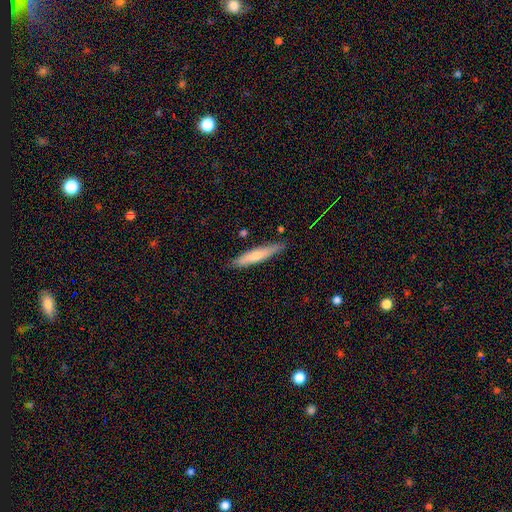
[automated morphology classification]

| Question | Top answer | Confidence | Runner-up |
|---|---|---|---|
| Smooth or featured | smooth | 66% | featured or disk (28%) |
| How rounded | cigar-shaped | 90% | in between (9%) |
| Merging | none | 85% | minor disturbance (11%) |